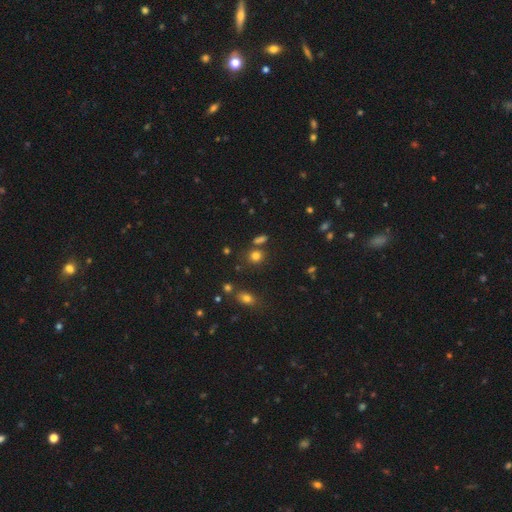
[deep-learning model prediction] The model was most divided on "how rounded": round: 76%, in between: 22%, cigar-shaped: 2%. More confident: smooth or featured — smooth (76%); merging — none (73%).